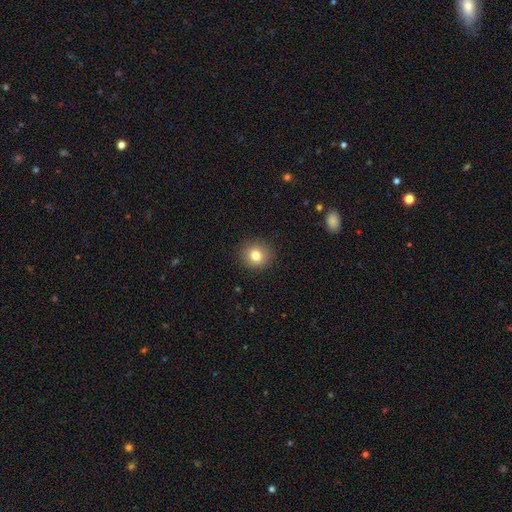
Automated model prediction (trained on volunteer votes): smooth 80%, star or artifact 11%, featured or disk 9%. Down the decision tree: how rounded — round (89%); merging — none (91%).